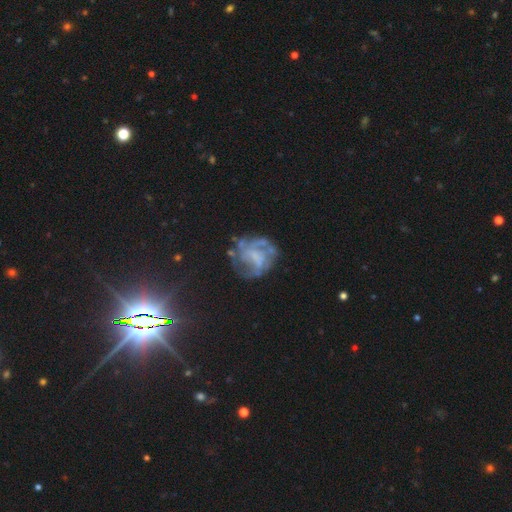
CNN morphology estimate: The model was most divided on "bar": no: 58%, weak: 31%, strong: 10%. More confident: edge-on disk — no (98%); smooth or featured — featured or disk (71%); spiral arms — yes (65%); merging — none (57%); bulge size — none (56%).